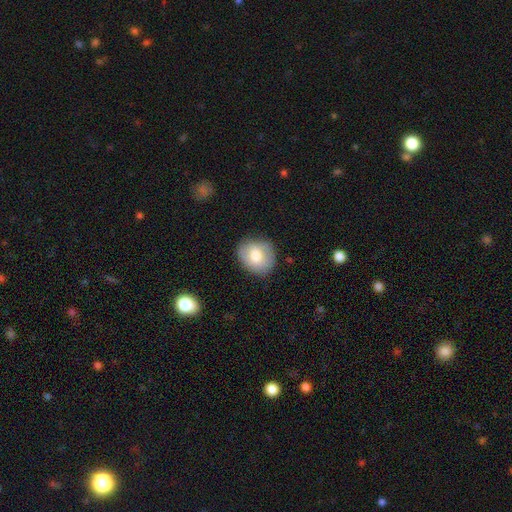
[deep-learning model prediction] A smooth galaxy with no disk features (72%) that is round (64%).

Vote fractions:
- Smooth or featured? smooth: 72% / featured or disk: 21% / star or artifact: 7%
- How rounded? round: 64% / in between: 35% / cigar-shaped: 1%
- Merging? none: 79% / minor disturbance: 16% / major disturbance: 4% / merger: 1%